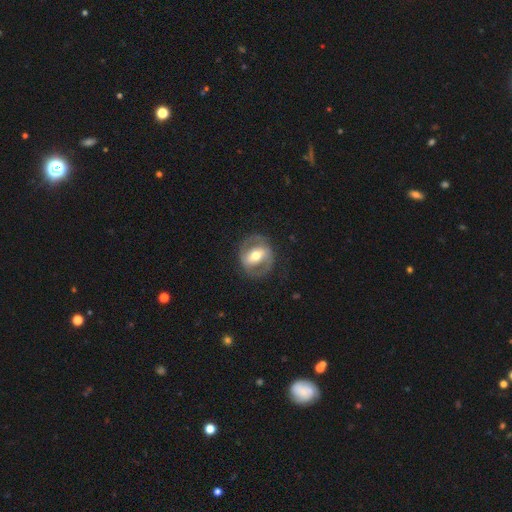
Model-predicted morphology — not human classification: The model was most divided on "bar": strong: 47%, weak: 32%, no: 20%. More confident: edge-on disk — no (95%); merging — none (77%); bulge size — moderate (71%); smooth or featured — featured or disk (69%); spiral arms — yes (62%).